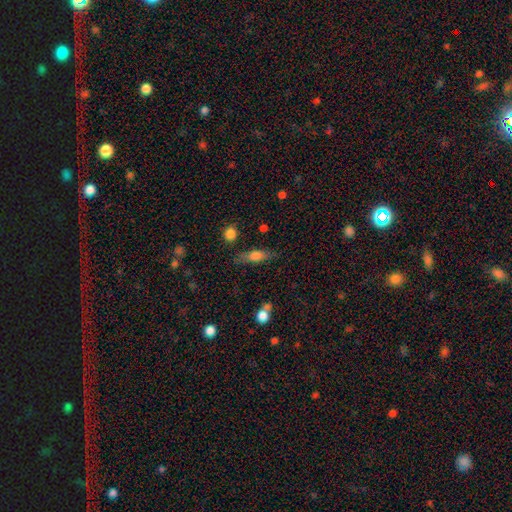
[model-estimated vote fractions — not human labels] Smooth or featured: smooth — 63% (featured or disk — 29%)
How rounded: in between — 49% (cigar-shaped — 46%)
Merging: none — 75% (minor disturbance — 16%)